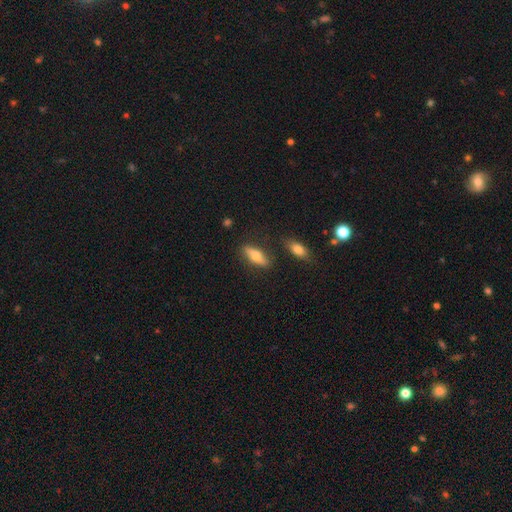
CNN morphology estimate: Smooth or featured?
  - smooth: 59% *
  - featured or disk: 35%
  - star or artifact: 7%
How rounded?
  - in between: 60% *
  - cigar-shaped: 36%
  - round: 4%
Merging?
  - none: 80% *
  - minor disturbance: 12%
  - merger: 4%
  - major disturbance: 3%